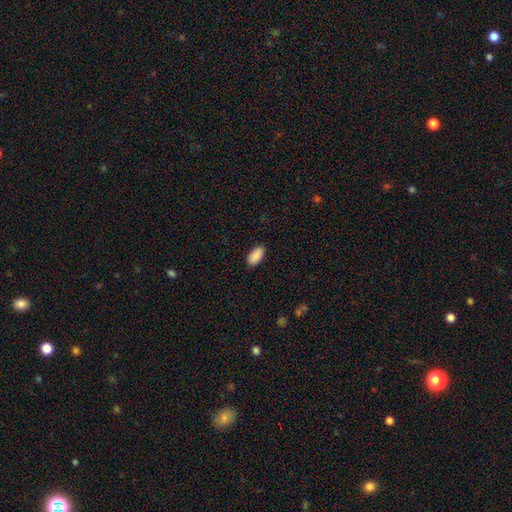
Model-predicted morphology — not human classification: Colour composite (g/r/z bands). It shows a smooth galaxy with no disk features (90%) that is in between round and cigar-shaped (94%). Merging: none (88%).